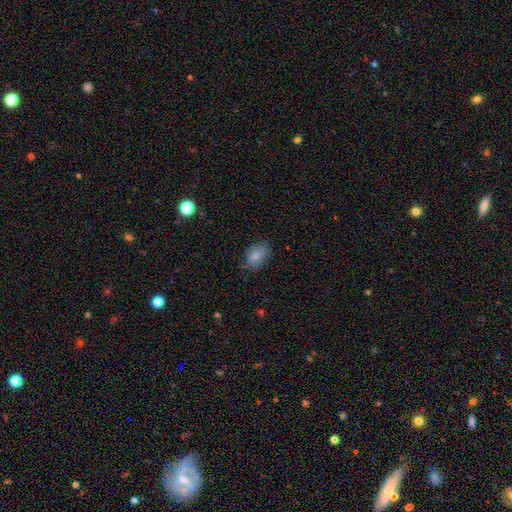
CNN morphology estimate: A smooth galaxy with no disk features (82%) that is in between round and cigar-shaped (83%). Merging: none (66%).